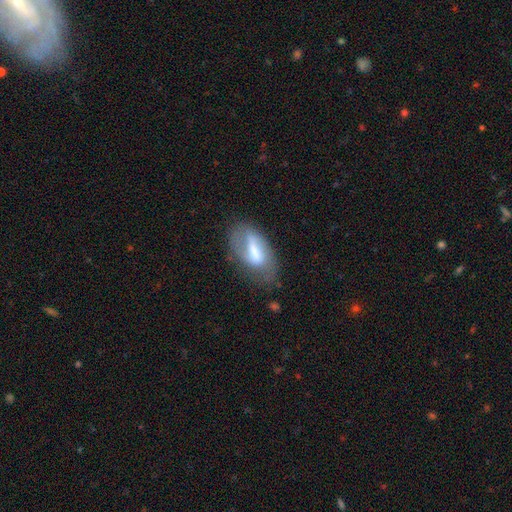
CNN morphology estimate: Overall: smooth (47%; featured or disk 45%). Merging: none (53%; minor disturbance 27%).